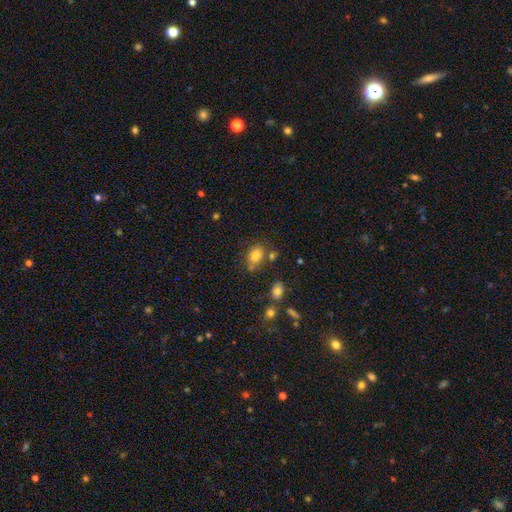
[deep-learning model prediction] smooth 81%, star or artifact 11%, featured or disk 9%. Down the decision tree: how rounded — in between (69%); merging — none (65%).